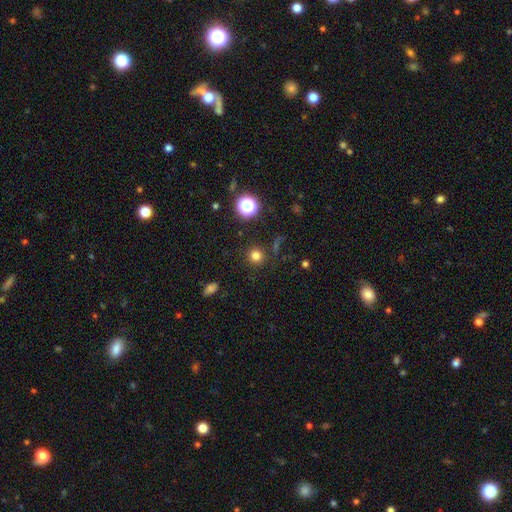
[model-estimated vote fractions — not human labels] The model was most divided on "smooth or featured": smooth: 77%, star or artifact: 18%, featured or disk: 5%. More confident: how rounded — round (94%); merging — none (89%).